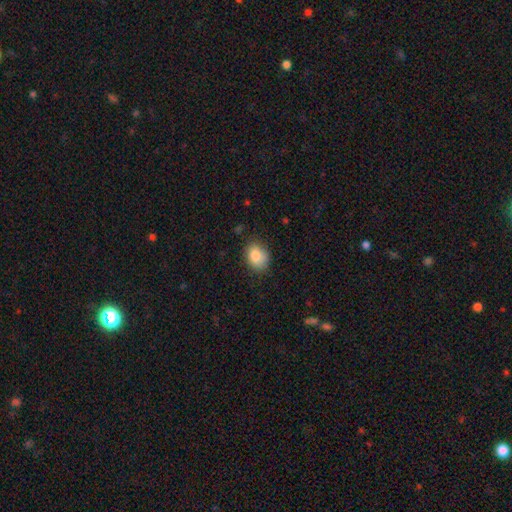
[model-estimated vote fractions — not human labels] smooth_or_featured: smooth (p=0.85) [alt: star or artifact p=0.08]
how_rounded: in between (p=0.69) [alt: round p=0.30]
merging: none (p=0.74) [alt: minor disturbance p=0.20]